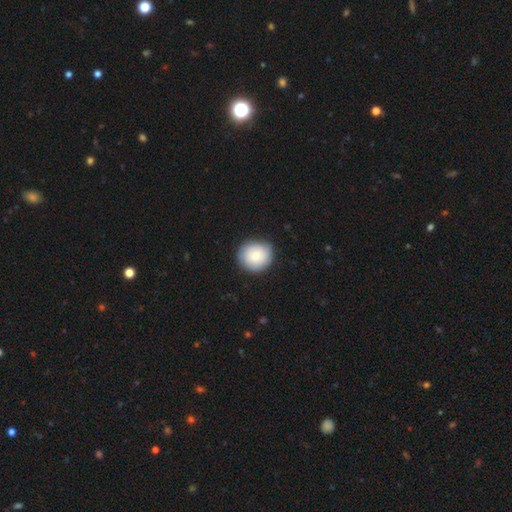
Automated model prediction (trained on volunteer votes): The model was most divided on "smooth or featured": smooth: 79%, featured or disk: 14%, star or artifact: 7%. More confident: how rounded — round (84%); merging — none (83%).